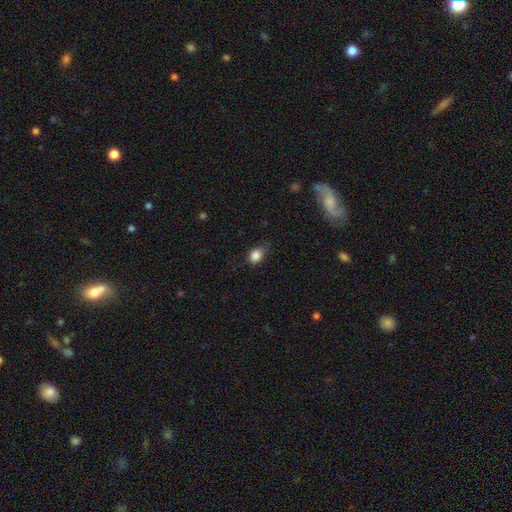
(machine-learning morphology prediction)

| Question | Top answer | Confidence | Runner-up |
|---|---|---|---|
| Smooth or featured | smooth | 85% | star or artifact (9%) |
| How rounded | in between | 53% | round (45%) |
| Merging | none | 60% | minor disturbance (30%) |